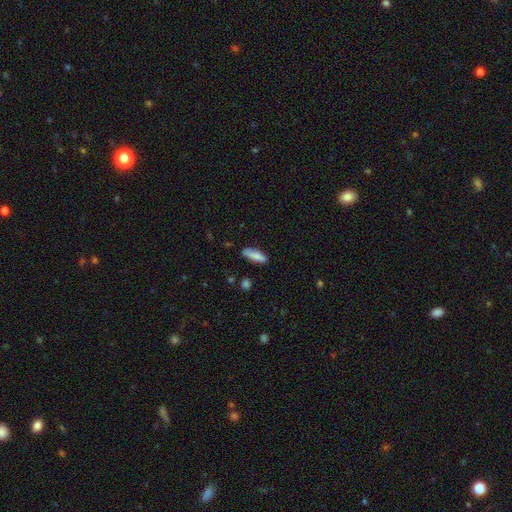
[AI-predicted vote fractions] Smooth or featured?
  - smooth: 84% *
  - featured or disk: 9%
  - star or artifact: 6%
How rounded?
  - cigar-shaped: 50% *
  - in between: 48%
  - round: 2%
Merging?
  - none: 81% *
  - minor disturbance: 15%
  - major disturbance: 3%
  - merger: 2%